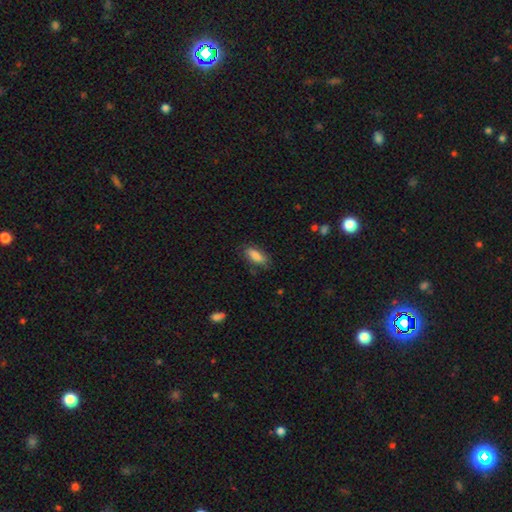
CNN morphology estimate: This is clearly a smooth galaxy (83%). How rounded: likely in between (76%). Merging: likely none (76%).